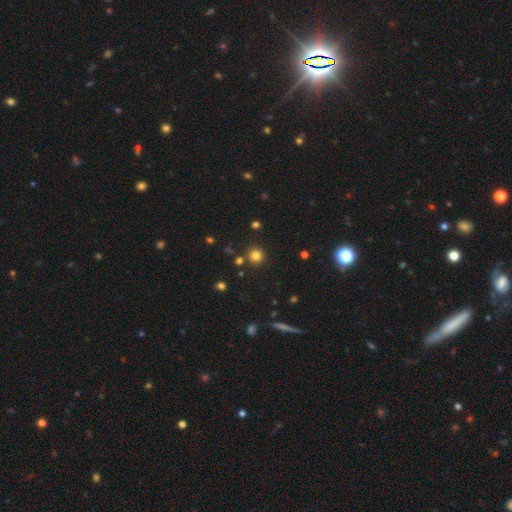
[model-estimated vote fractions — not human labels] smooth_or_featured: smooth (p=0.79) [alt: star or artifact p=0.15]
how_rounded: round (p=0.94) [alt: in between p=0.05]
merging: none (p=0.86) [alt: minor disturbance p=0.07]